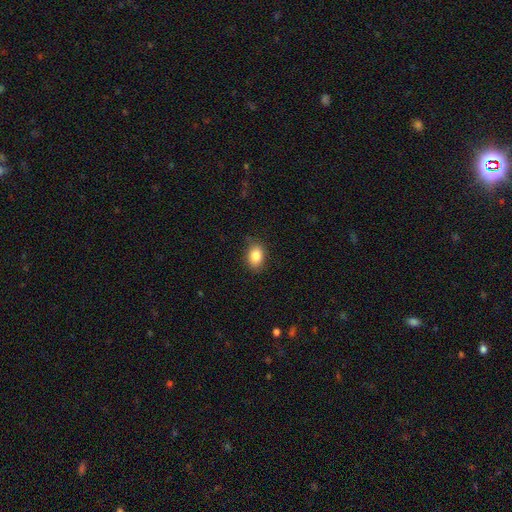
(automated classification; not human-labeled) smooth_or_featured: smooth (p=0.85) [alt: star or artifact p=0.09]
how_rounded: in between (p=0.76) [alt: round p=0.23]
merging: none (p=0.80) [alt: minor disturbance p=0.16]